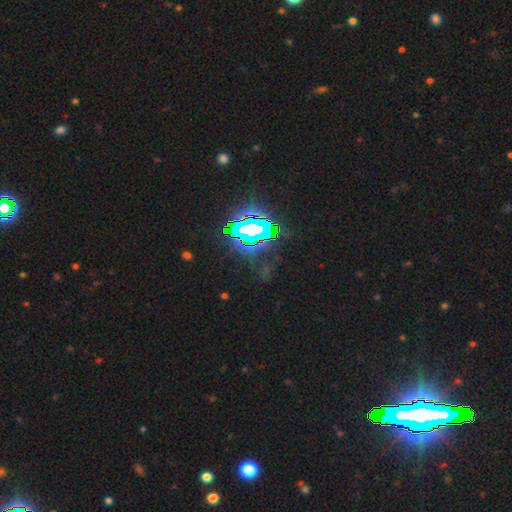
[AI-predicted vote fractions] Smooth or featured: star or artifact — 82% (smooth — 11%)